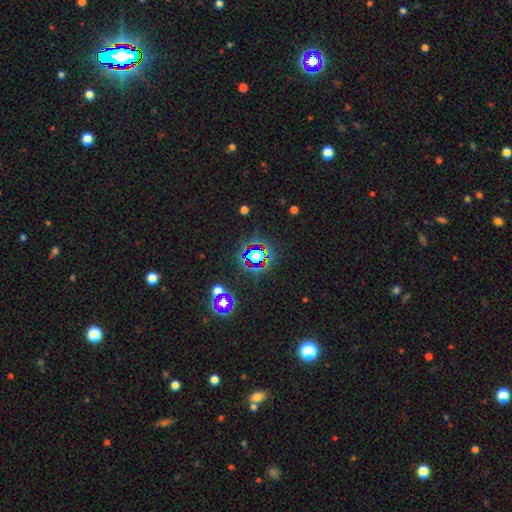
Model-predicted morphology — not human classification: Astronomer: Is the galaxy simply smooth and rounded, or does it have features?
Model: star or artifact — 66%.